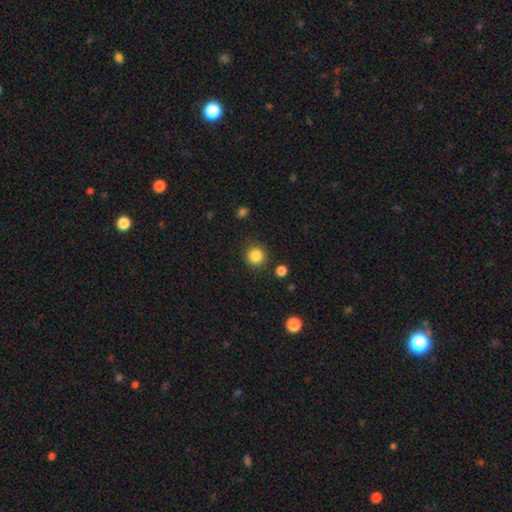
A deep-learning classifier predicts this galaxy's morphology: Smooth or featured: smooth — 85% (star or artifact — 10%)
How rounded: round — 94% (in between — 5%)
Merging: none — 88% (minor disturbance — 7%)